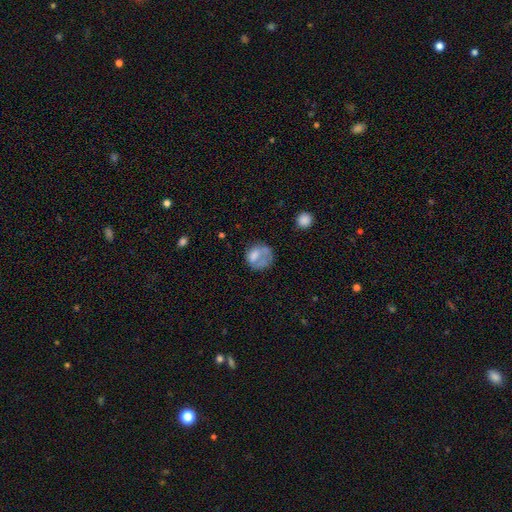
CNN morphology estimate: Smooth or featured: smooth — 62% (featured or disk — 28%)
How rounded: round — 69% (in between — 30%)
Merging: none — 40% (major disturbance — 30%)